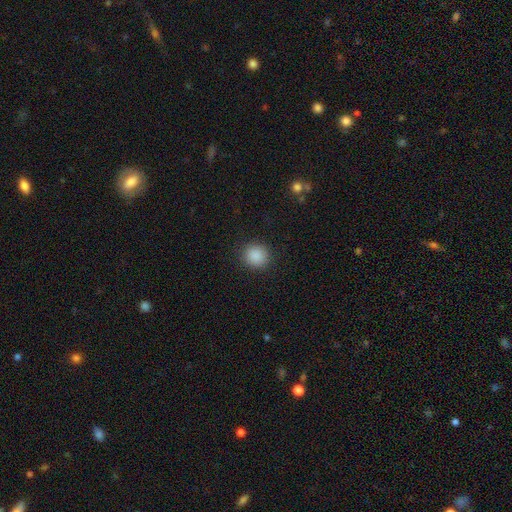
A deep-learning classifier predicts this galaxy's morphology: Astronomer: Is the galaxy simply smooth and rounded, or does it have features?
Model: smooth — 88%.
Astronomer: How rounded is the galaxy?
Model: round — 91%.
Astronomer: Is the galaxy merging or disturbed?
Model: none — 91%.